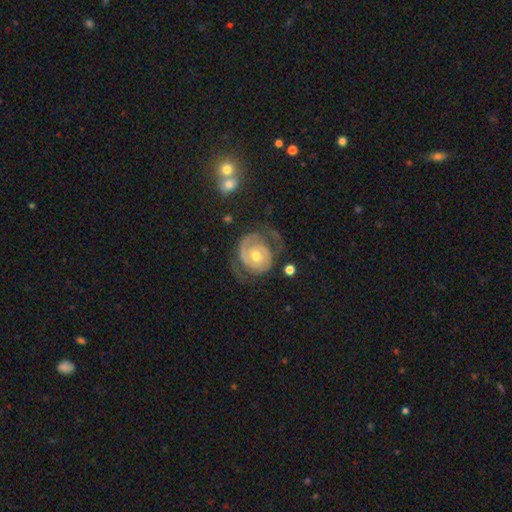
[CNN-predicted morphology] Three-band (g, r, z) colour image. It shows a featured or disk galaxy (84%) with no bar (69%), 2 (64%) tight (55%) spiral arms (92%) and a moderate central bulge (70%). Merging: none (57%).